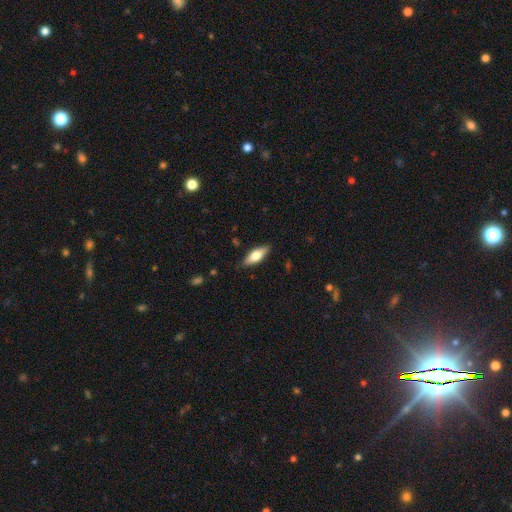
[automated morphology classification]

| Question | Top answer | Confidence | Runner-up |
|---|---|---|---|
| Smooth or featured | smooth | 59% | featured or disk (35%) |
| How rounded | in between | 67% | cigar-shaped (31%) |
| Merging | none | 85% | minor disturbance (11%) |